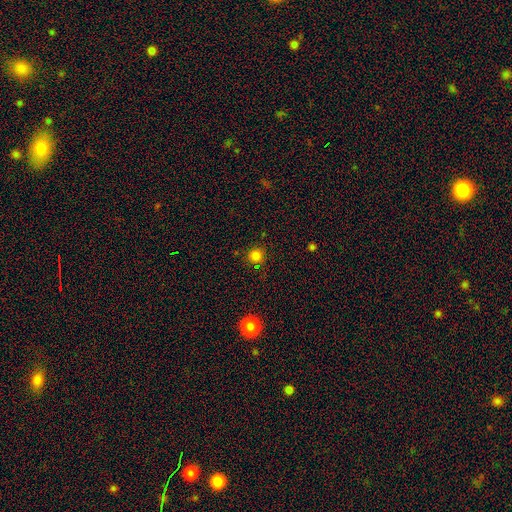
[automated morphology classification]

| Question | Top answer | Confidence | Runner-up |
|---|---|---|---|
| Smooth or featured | smooth | 81% | star or artifact (15%) |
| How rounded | round | 94% | in between (5%) |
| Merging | none | 88% | minor disturbance (8%) |